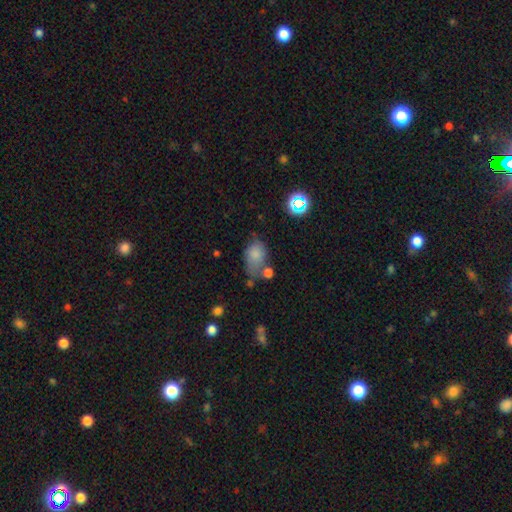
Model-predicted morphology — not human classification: Smooth or featured? Predicted: smooth (p=0.76). How rounded? Predicted: in between (p=0.83). Merging? Predicted: none (p=0.39).